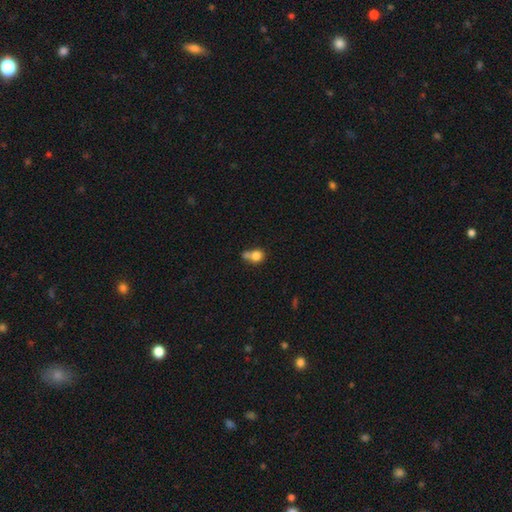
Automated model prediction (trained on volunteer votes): Smooth or featured? smooth (77%)
How rounded? round (71%)
Merging? merger (45%)